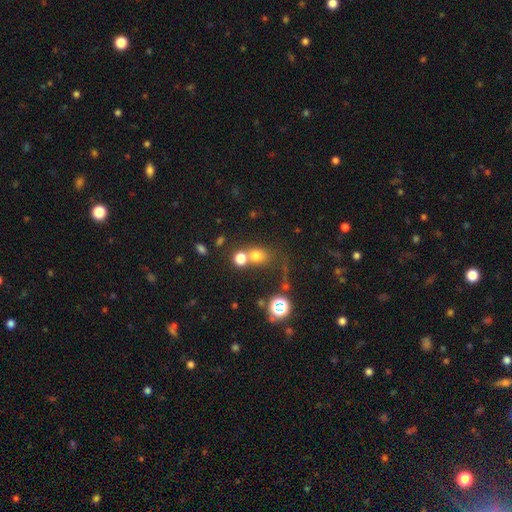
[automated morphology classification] This is likely a smooth galaxy (68%). How rounded: likely round (68%). Merging: possibly none (46%).